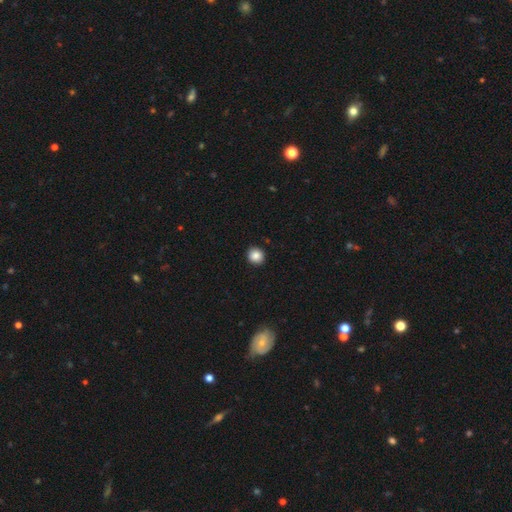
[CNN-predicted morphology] This is clearly a smooth galaxy (86%). How rounded: clearly round (90%). Merging: clearly none (92%).